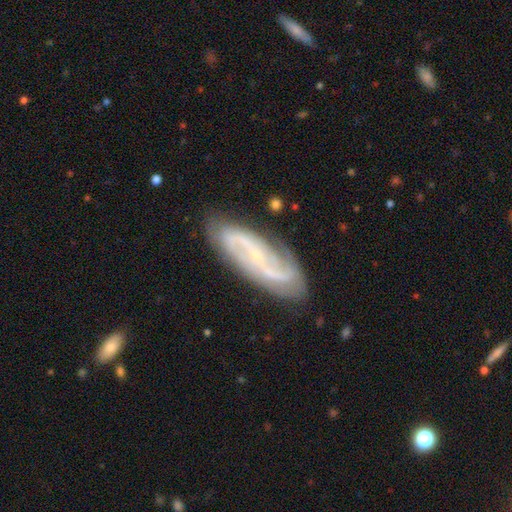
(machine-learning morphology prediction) smooth-or-featured: featured or disk: 85% | smooth: 9% | star or artifact: 6%
  disk-edge-on: no: 91% | yes: 9%
    bar: no: 42% | weak: 38% | strong: 20%
    has-spiral-arms: yes: 96% | no: 4%
      spiral-winding: medium: 43% | loose: 31% | tight: 26%
      spiral-arm-count: 2: 73% | can't tell: 11% | 3: 8% | 4: 3% | 1: 3% | more than 4: 3%
    bulge-size: small: 81% | moderate: 11% | none: 6% | large: 1% | dominant: 1%
  merging: none: 80% | minor disturbance: 14% | major disturbance: 4% | merger: 2%